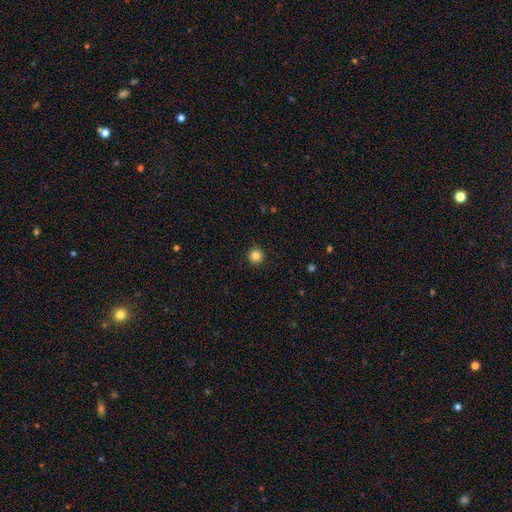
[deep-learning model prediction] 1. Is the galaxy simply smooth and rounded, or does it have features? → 84% smooth, 11% star or artifact, 4% featured or disk.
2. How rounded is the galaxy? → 95% round, 4% in between, 1% cigar-shaped.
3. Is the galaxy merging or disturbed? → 92% none, 5% minor disturbance, 2% major disturbance, 1% merger.